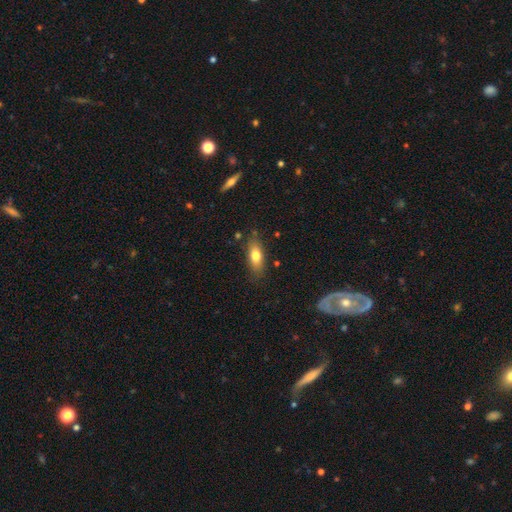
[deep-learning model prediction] smooth-or-featured: smooth: 75% | featured or disk: 17% | star or artifact: 8%
  how-rounded: in between: 78% | cigar-shaped: 18% | round: 4%
  merging: none: 79% | minor disturbance: 15% | major disturbance: 4% | merger: 2%